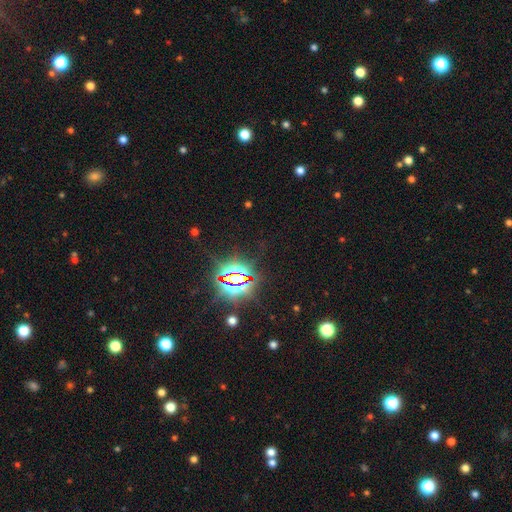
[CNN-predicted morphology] type=star or artifact (84%).